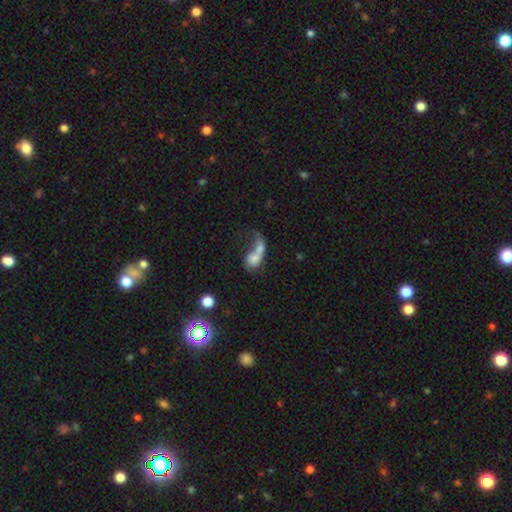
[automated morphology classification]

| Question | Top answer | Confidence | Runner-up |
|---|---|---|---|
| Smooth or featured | smooth | 59% | featured or disk (31%) |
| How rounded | in between | 69% | round (25%) |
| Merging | merger | 63% | major disturbance (20%) |